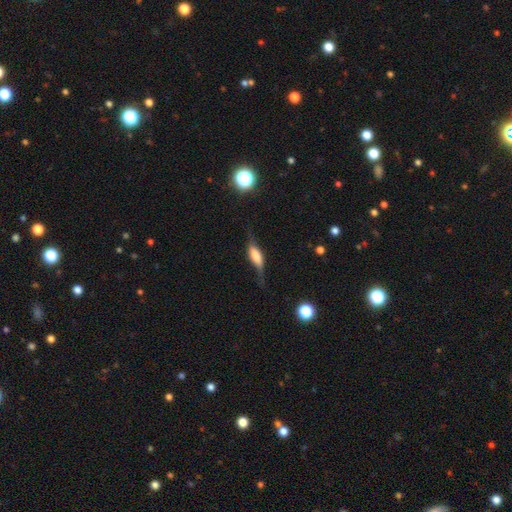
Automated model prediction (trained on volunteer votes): This appears to be a featured or disk galaxy (54%) viewed edge-on (73%). Merging: none (57%).